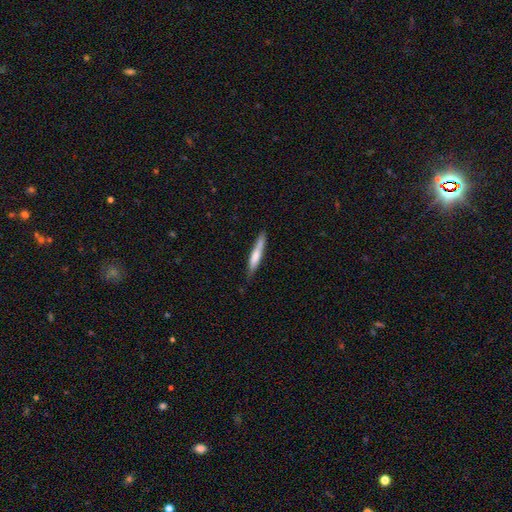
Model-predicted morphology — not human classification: A smooth galaxy with no disk features (63%) that is cigar-shaped (92%).

Vote fractions:
- Smooth or featured? smooth: 63% / featured or disk: 31% / star or artifact: 6%
- How rounded? cigar-shaped: 92% / in between: 7% / round: 1%
- Merging? none: 76% / minor disturbance: 19% / major disturbance: 3% / merger: 2%